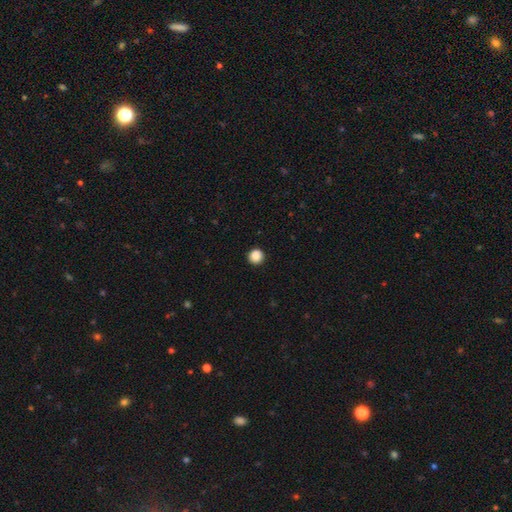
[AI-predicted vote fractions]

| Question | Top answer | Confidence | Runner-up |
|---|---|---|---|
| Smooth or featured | smooth | 88% | star or artifact (9%) |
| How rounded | round | 96% | in between (3%) |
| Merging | none | 93% | minor disturbance (4%) |